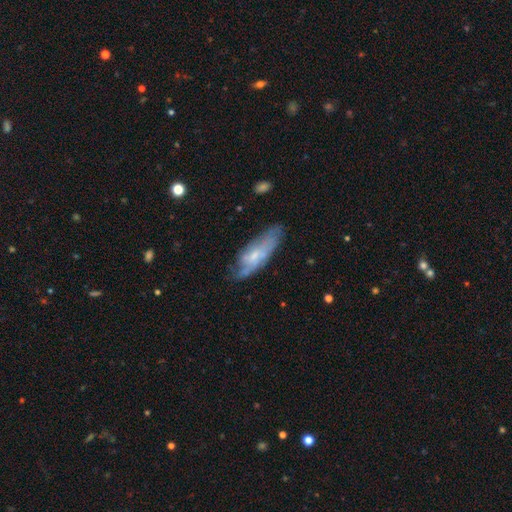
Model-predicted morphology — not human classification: Overall: featured or disk (51%; smooth 42%). Edge-on disk: no (74%). Merging: none (56%; minor disturbance 29%).